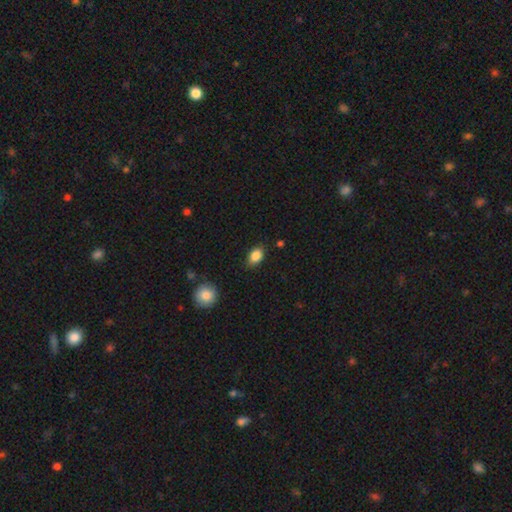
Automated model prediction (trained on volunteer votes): This is clearly a smooth galaxy (87%). How rounded: clearly in between (84%). Merging: clearly none (81%).